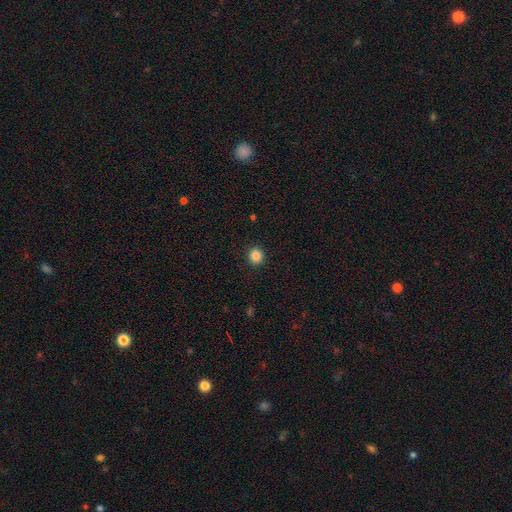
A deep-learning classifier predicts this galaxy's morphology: smooth_or_featured: smooth (p=0.86) [alt: star or artifact p=0.11]
how_rounded: round (p=0.88) [alt: in between p=0.11]
merging: none (p=0.91) [alt: minor disturbance p=0.06]